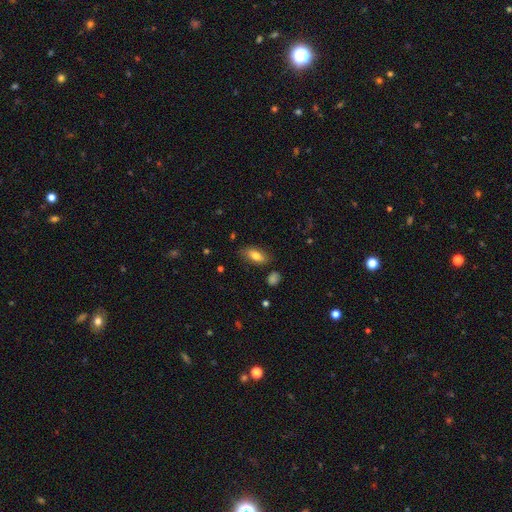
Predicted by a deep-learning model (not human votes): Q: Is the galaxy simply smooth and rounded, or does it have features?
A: smooth — 75%.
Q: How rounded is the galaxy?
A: in between — 83%.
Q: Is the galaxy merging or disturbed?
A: none — 78%.